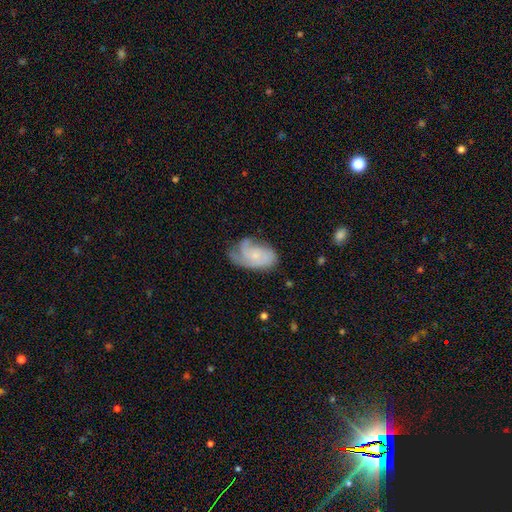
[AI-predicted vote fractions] Overall: featured or disk (69%). Edge-on disk: no (97%). Bar: no (75%). Spiral arms: yes (90%). Spiral arm count: can't tell (27%, tied with 2). Spiral winding: tight (42%; medium 39%). Bulge size: small (68%). Merging: none (47%; minor disturbance 30%).